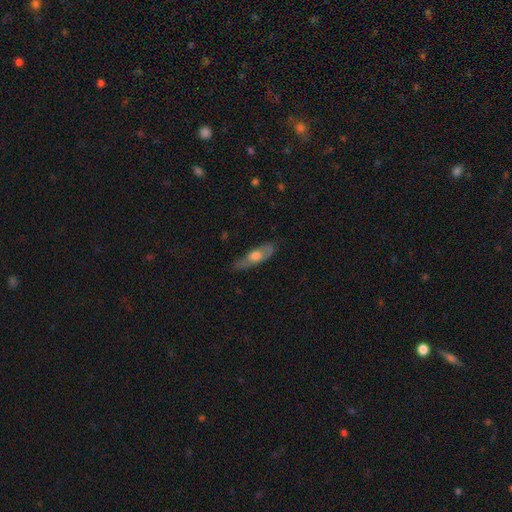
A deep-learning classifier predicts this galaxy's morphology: smooth-or-featured: smooth: 48% | featured or disk: 46% | star or artifact: 7%
  merging: none: 70% | minor disturbance: 22% | major disturbance: 6% | merger: 2%